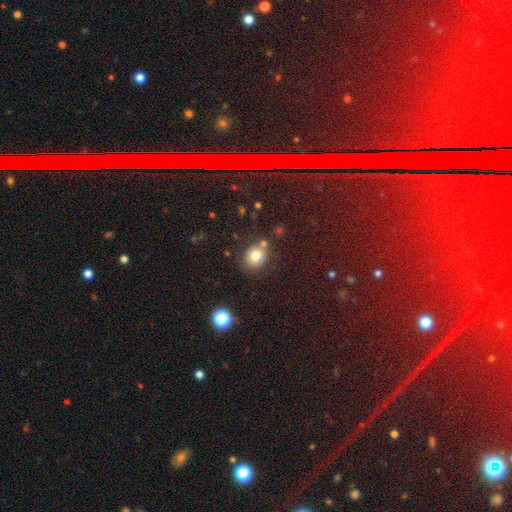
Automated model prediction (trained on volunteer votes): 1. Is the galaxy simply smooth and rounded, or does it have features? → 78% smooth, 13% star or artifact, 9% featured or disk.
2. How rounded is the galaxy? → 72% round, 27% in between, 1% cigar-shaped.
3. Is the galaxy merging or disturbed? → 75% none, 13% minor disturbance, 8% merger, 4% major disturbance.